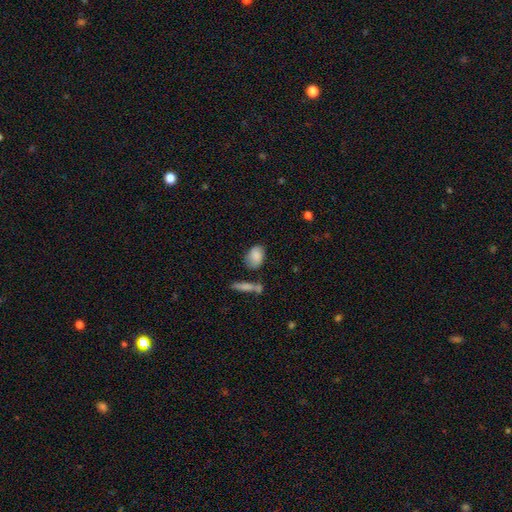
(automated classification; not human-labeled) smooth 84%, featured or disk 8%, star or artifact 7%. Down the decision tree: how rounded — in between (83%); merging — none (62%).